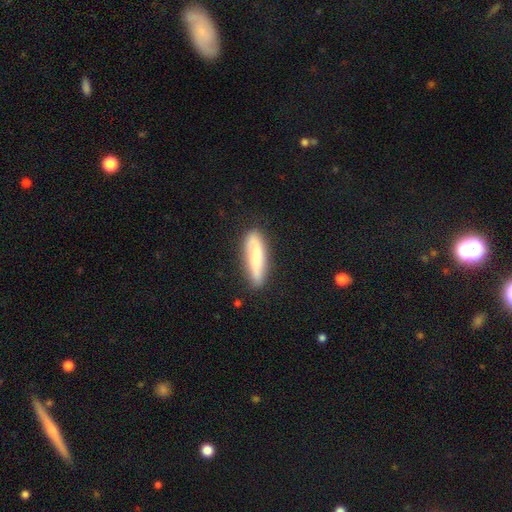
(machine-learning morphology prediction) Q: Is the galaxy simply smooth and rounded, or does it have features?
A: smooth — 70%.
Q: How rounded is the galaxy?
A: cigar-shaped — 73%.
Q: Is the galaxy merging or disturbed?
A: none — 80%.